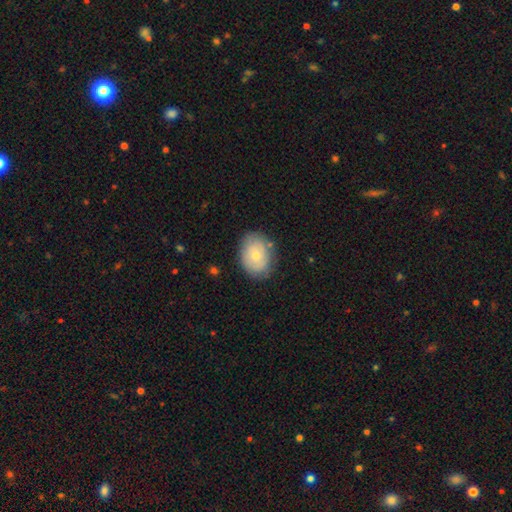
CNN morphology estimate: Smooth or featured? Predicted: smooth (p=0.64). How rounded? Predicted: in between (p=0.65). Merging? Predicted: none (p=0.77).